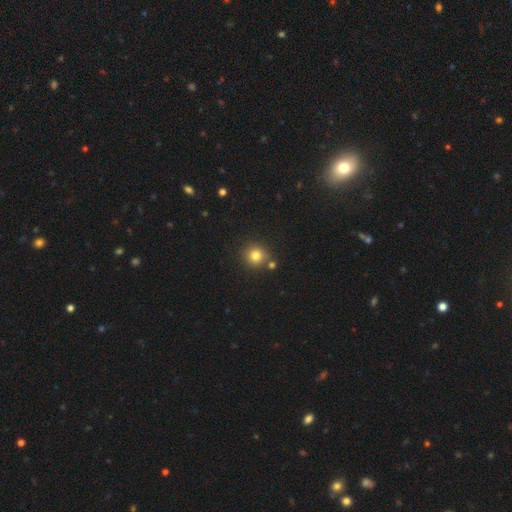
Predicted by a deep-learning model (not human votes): Morphology: type=smooth (80%); roundness=round (92%); merging=none (77%).